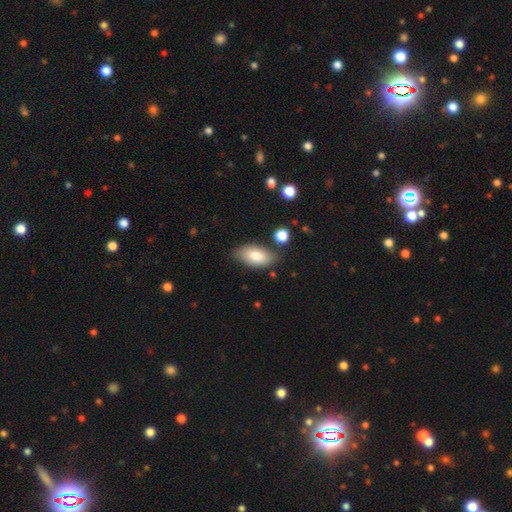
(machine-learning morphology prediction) Smooth or featured? Predicted: smooth (p=0.80). How rounded? Predicted: in between (p=0.93). Merging? Predicted: none (p=0.72).